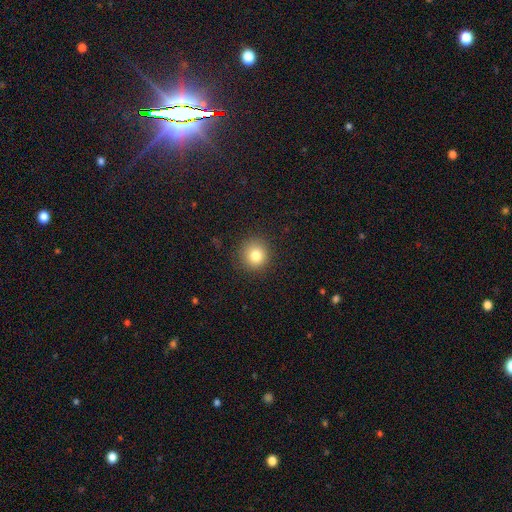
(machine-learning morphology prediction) Smooth or featured?
  - smooth: 81% *
  - star or artifact: 12%
  - featured or disk: 7%
How rounded?
  - round: 92% *
  - in between: 7%
  - cigar-shaped: 1%
Merging?
  - none: 89% *
  - minor disturbance: 8%
  - major disturbance: 3%
  - merger: 1%